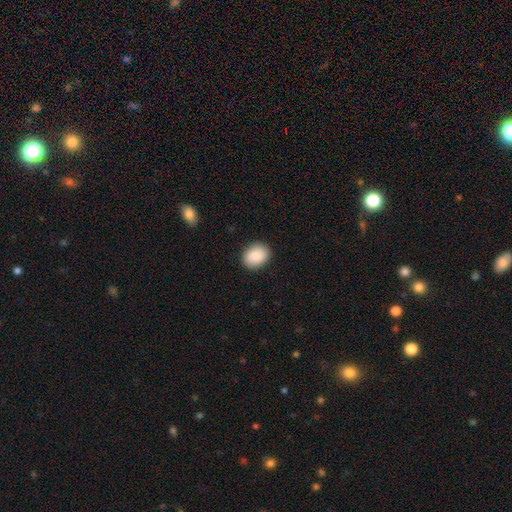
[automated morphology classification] Smooth or featured? Predicted: smooth (p=0.89). How rounded? Predicted: in between (p=0.59). Merging? Predicted: none (p=0.88).